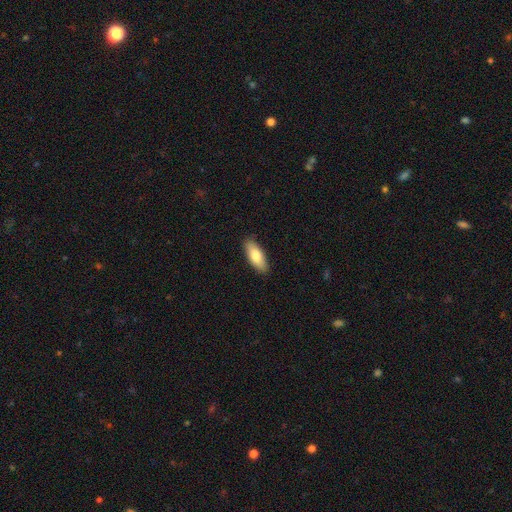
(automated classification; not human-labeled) smooth 80%, featured or disk 14%, star or artifact 6%. Down the decision tree: how rounded — in between (74%); merging — none (89%).